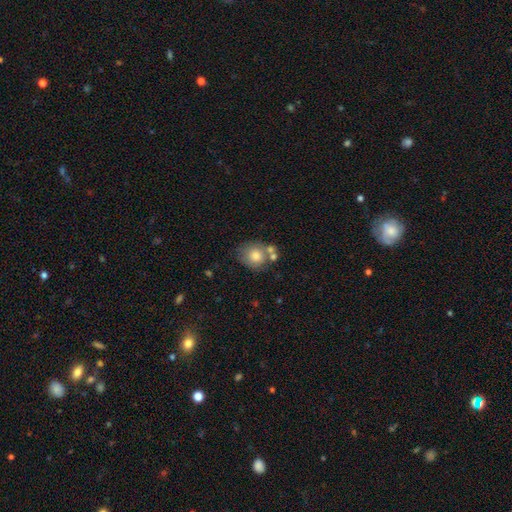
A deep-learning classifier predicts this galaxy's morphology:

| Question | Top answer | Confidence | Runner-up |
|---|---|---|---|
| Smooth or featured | smooth | 76% | featured or disk (15%) |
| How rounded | round | 72% | in between (27%) |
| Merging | none | 56% | merger (21%) |